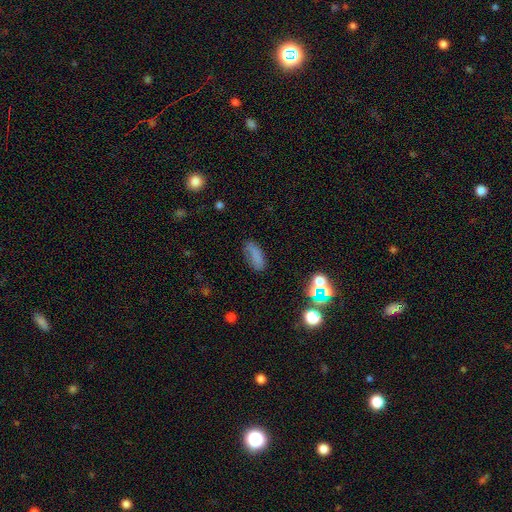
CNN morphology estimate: A smooth galaxy with no disk features (74%) that is in between round and cigar-shaped (77%). Merging: none (66%).